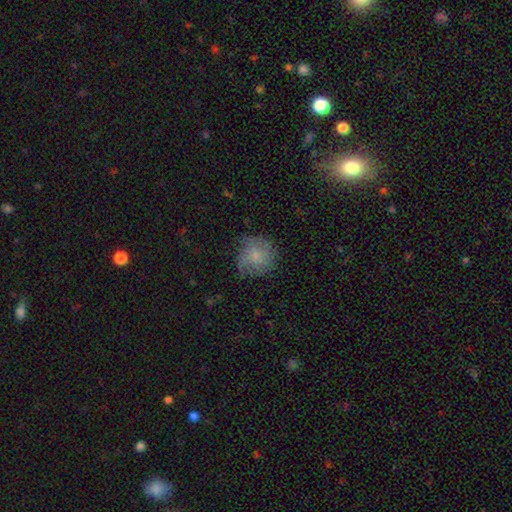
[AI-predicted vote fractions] Smooth or featured? Predicted: smooth (p=0.63). How rounded? Predicted: round (p=0.88). Merging? Predicted: none (p=0.66).